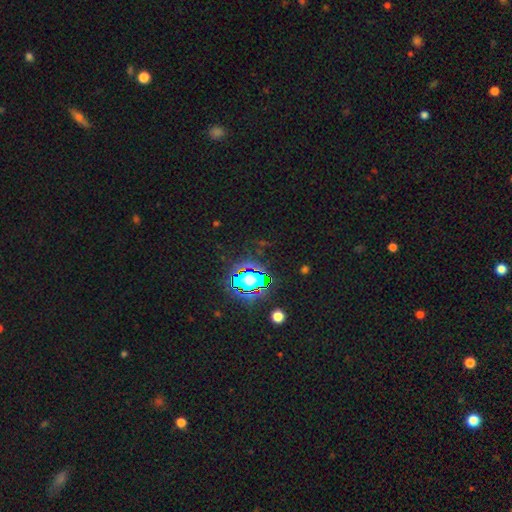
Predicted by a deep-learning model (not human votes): The model was most divided on "smooth or featured": star or artifact: 81%, smooth: 12%, featured or disk: 8%.